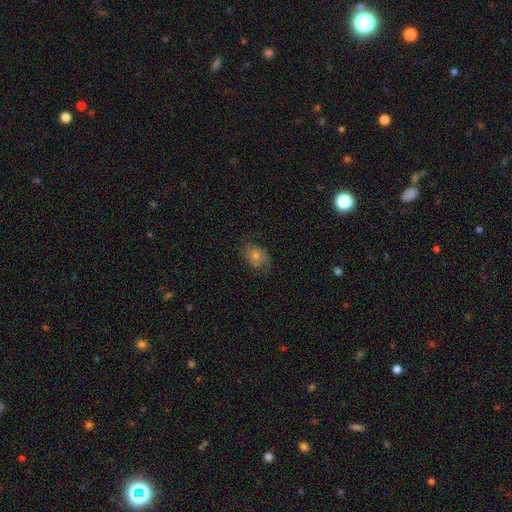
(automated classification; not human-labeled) The model was most divided on "smooth or featured": featured or disk: 44%, smooth: 41%, star or artifact: 15%. More confident: merging — none (66%).